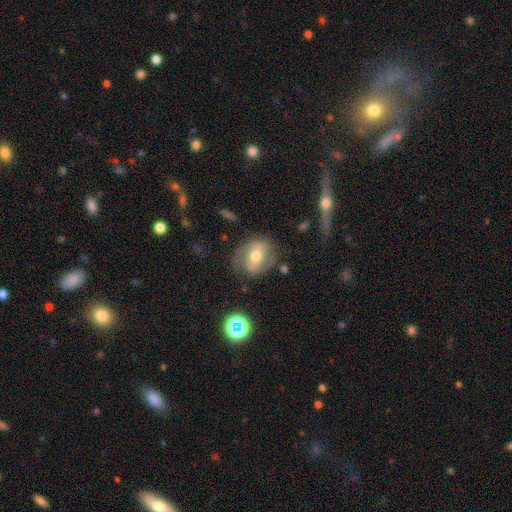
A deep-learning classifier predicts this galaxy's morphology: Overall: featured or disk (54%; smooth 36%). Edge-on disk: no (94%). Bar: weak (38%; no 33%). Spiral arms: yes (71%). Bulge size: moderate (70%). Merging: none (66%).